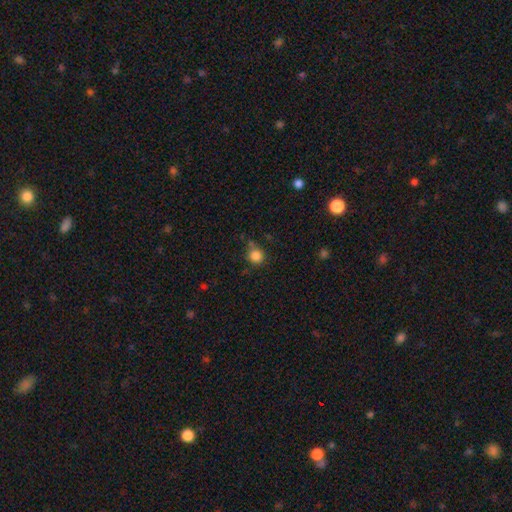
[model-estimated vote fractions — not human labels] Smooth or featured: smooth — 84% (star or artifact — 11%)
How rounded: round — 87% (in between — 12%)
Merging: none — 67% (minor disturbance — 20%)